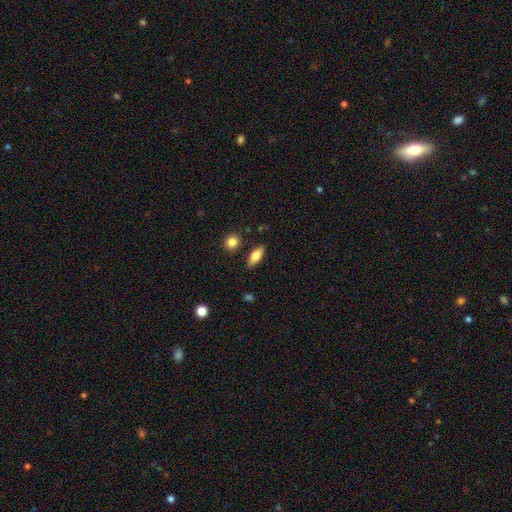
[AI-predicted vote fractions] This appears to be a smooth galaxy with no disk features (77%) that is in between round and cigar-shaped (78%). Merging: none (85%).